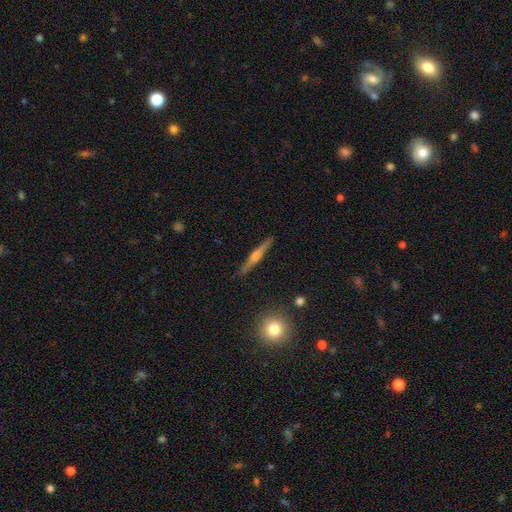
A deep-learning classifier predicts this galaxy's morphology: Smooth or featured? Predicted: featured or disk (p=0.70). Edge-on disk? Predicted: yes (p=0.98). Edge-on bulge? Predicted: rounded (p=0.83). Merging? Predicted: none (p=0.90).